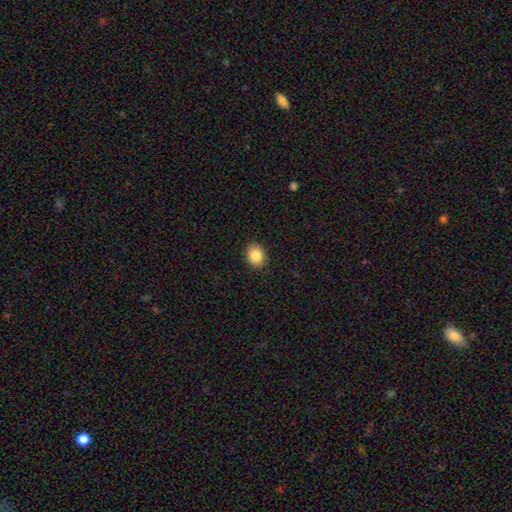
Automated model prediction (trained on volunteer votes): This is clearly a smooth galaxy (85%). How rounded: likely round (62%). Merging: clearly none (91%).